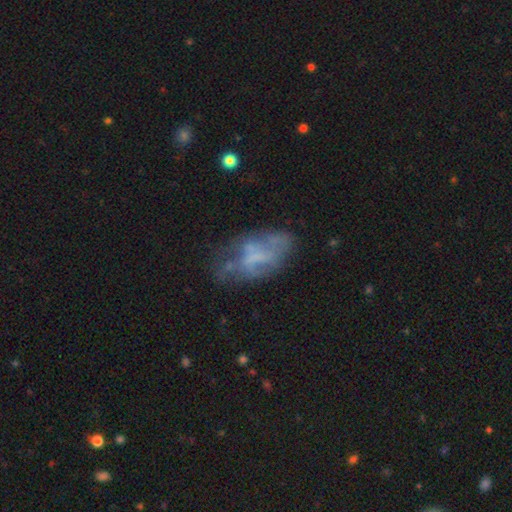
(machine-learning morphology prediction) Smooth or featured? Predicted: featured or disk (p=0.55). Edge-on disk? Predicted: no (p=0.95). Bar? Predicted: no (p=0.65). Spiral arms? Predicted: no (p=0.68). Bulge size? Predicted: none (p=0.63). Merging? Predicted: none (p=0.43).